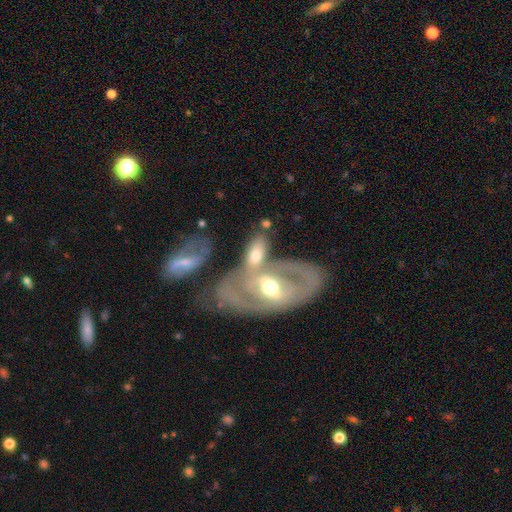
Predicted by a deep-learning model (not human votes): Smooth or featured? featured or disk (59%)
Edge-on disk? no (84%)
Bar? no (40%)
Spiral arms? yes (52%)
Bulge size? moderate (70%)
Merging? merger (40%)